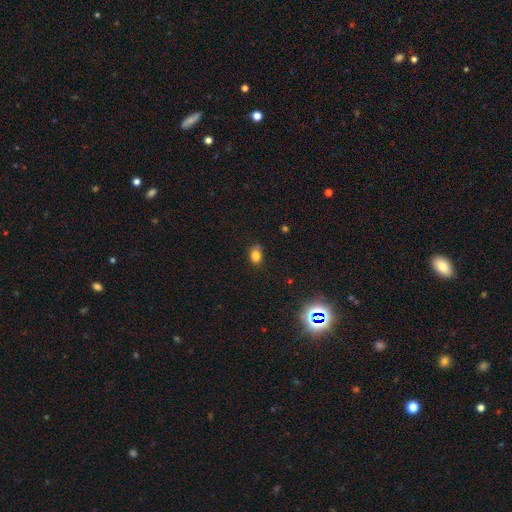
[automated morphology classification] Smooth or featured? smooth (82%)
How rounded? in between (63%)
Merging? none (68%)